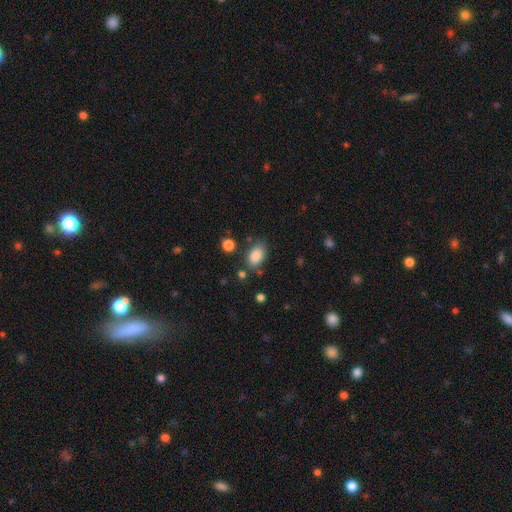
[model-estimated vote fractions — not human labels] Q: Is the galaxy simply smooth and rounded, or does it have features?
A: smooth — 86%.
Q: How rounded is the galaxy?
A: in between — 88%.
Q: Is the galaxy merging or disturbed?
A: none — 74%.